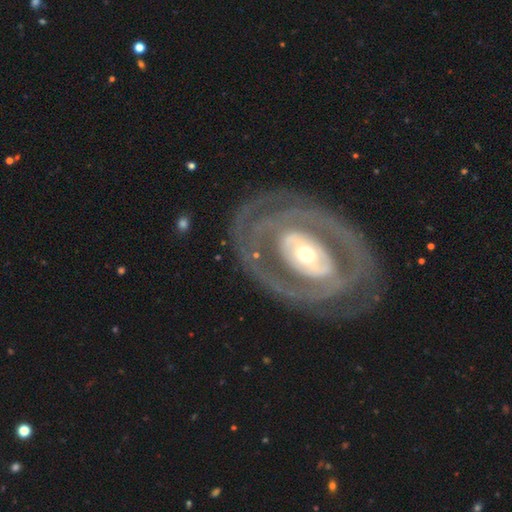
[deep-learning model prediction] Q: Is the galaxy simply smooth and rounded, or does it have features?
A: featured or disk — 82%.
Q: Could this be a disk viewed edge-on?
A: no — 95%.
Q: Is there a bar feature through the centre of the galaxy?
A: no — 43%.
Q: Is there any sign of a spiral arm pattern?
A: yes — 68%.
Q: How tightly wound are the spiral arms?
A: tight — 61%.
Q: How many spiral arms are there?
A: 2 — 47%.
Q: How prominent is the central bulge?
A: moderate — 57%.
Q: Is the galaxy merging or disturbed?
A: none — 74%.